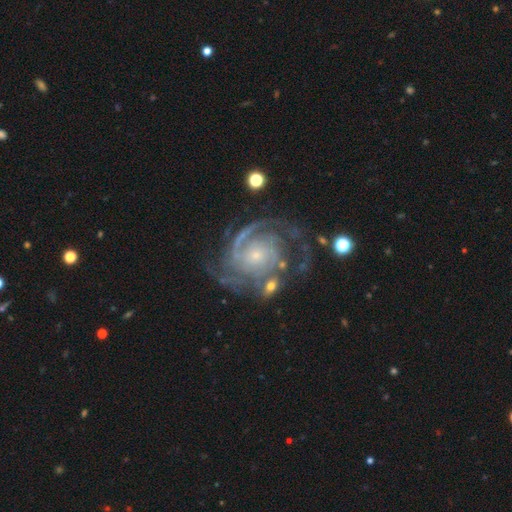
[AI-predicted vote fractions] A featured or disk galaxy (90%) with no bar (72%), 2 (28%) tight (64%) spiral arms (98%) and a small central bulge (75%). Merging: none (65%).